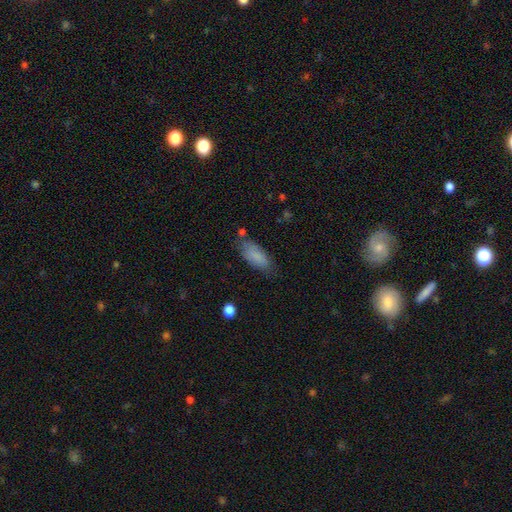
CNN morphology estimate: smooth 84%, featured or disk 9%, star or artifact 7%. Down the decision tree: how rounded — in between (82%); merging — none (69%).